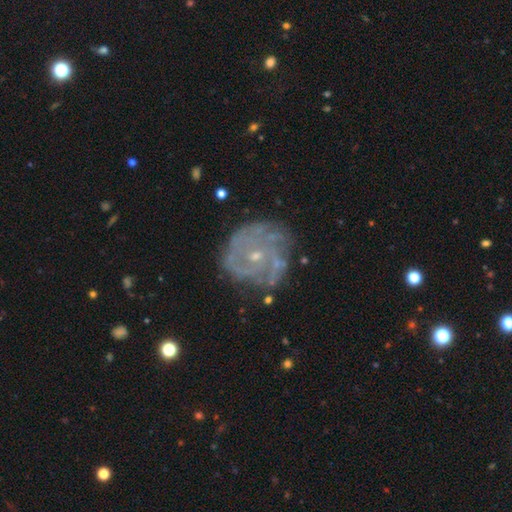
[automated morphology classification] This is likely a featured or disk galaxy (80%). It is clearly not viewed edge-on (98%). Bar: likely no (74%). Spiral arm pattern: clearly yes (88%). Spiral arm count: marginally can't tell (36%). Spiral winding: possibly tight (60%). Central bulge: likely small (75%). Merging: likely none (71%).